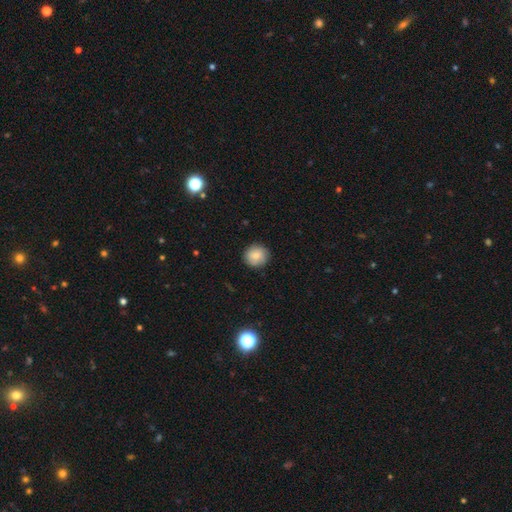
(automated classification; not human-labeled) smooth_or_featured: smooth (p=0.83) [alt: featured or disk p=0.08]
how_rounded: round (p=0.92) [alt: in between p=0.07]
merging: none (p=0.89) [alt: minor disturbance p=0.08]